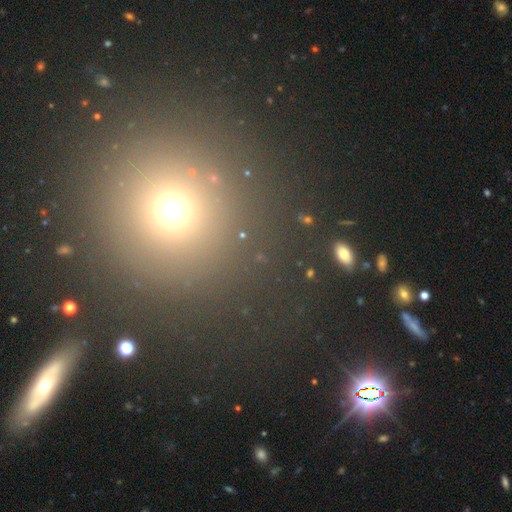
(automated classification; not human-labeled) smooth 59%, star or artifact 32%, featured or disk 9%. Down the decision tree: how rounded — round (93%); merging — none (85%).